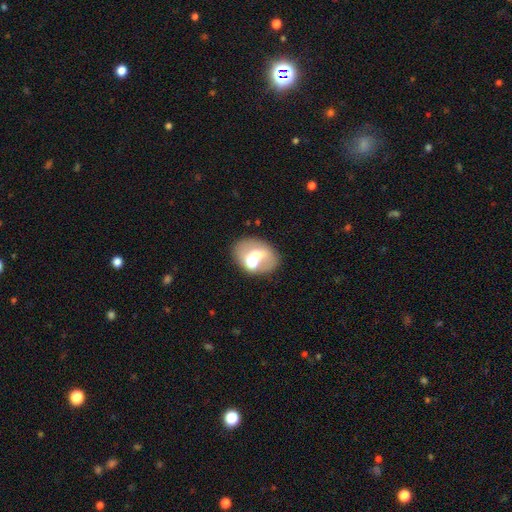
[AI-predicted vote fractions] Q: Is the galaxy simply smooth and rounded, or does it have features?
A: smooth — 48%.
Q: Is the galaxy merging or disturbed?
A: none — 45%.